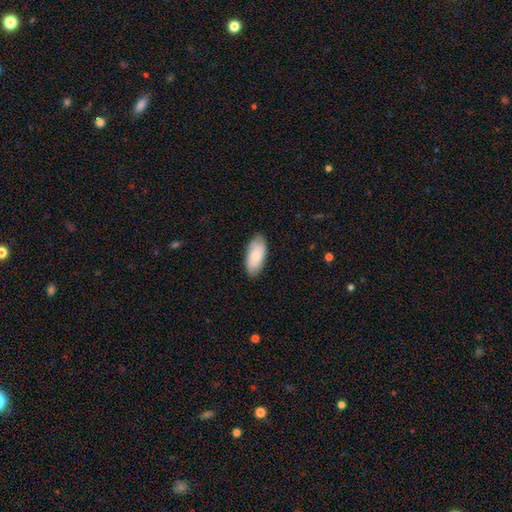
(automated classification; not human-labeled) A smooth galaxy with no disk features (78%) that is in between round and cigar-shaped (91%). Merging: none (84%).